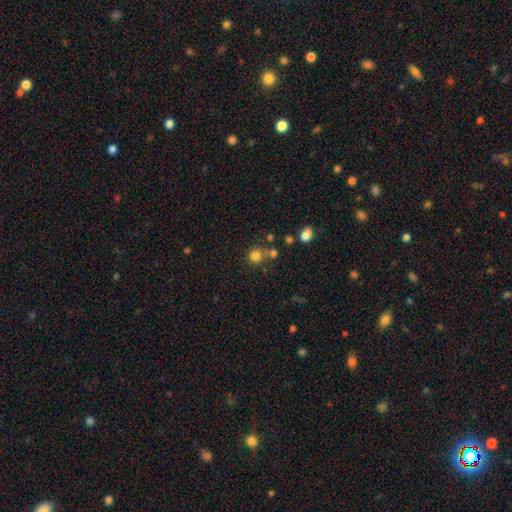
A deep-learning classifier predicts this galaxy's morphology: Q: Smooth or featured?
A: smooth (79%); runner-up: star or artifact (14%)
Q: How rounded?
A: round (90%); runner-up: in between (9%)
Q: Merging?
A: none (64%); runner-up: merger (22%)